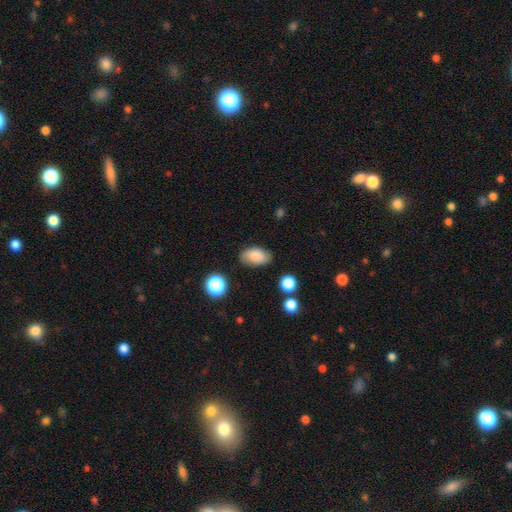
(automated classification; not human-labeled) Morphology: type=smooth (83%); roundness=in between (92%); merging=none (80%).